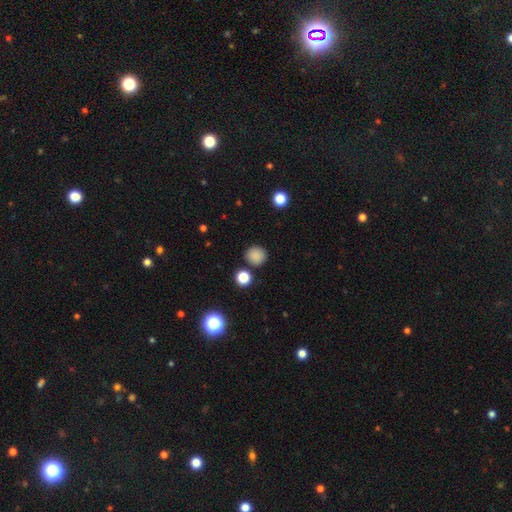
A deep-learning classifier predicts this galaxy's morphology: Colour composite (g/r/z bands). It shows a smooth galaxy with no disk features (85%) that is round (90%). Merging: none (85%).